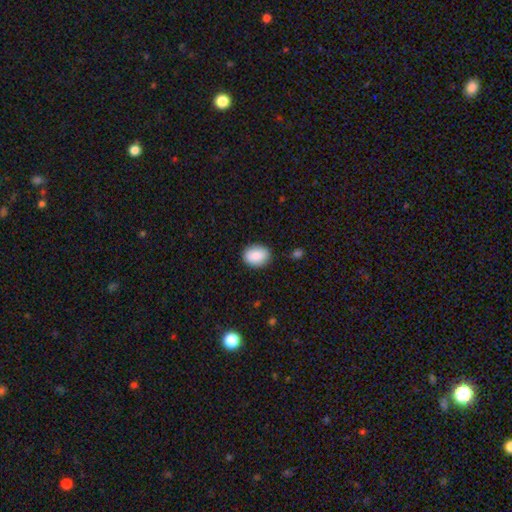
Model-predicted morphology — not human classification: A smooth galaxy with no disk features (89%) that is in between round and cigar-shaped (63%).

Vote fractions:
- Smooth or featured? smooth: 89% / star or artifact: 7% / featured or disk: 4%
- How rounded? in between: 63% / round: 36% / cigar-shaped: 1%
- Merging? none: 86% / minor disturbance: 10% / major disturbance: 2% / merger: 1%